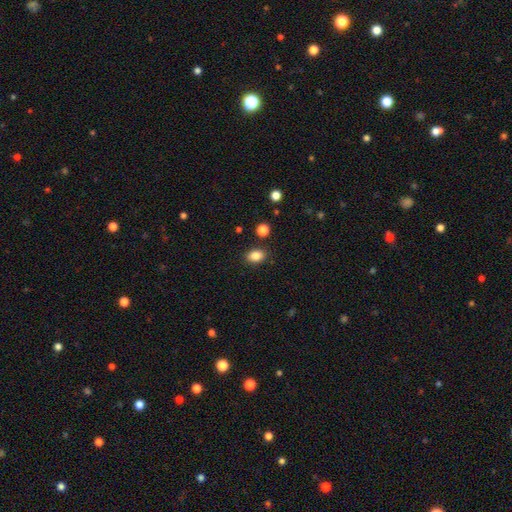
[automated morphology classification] smooth_or_featured: smooth (p=0.85) [alt: star or artifact p=0.10]
how_rounded: in between (p=0.78) [alt: round p=0.21]
merging: none (p=0.86) [alt: minor disturbance p=0.09]